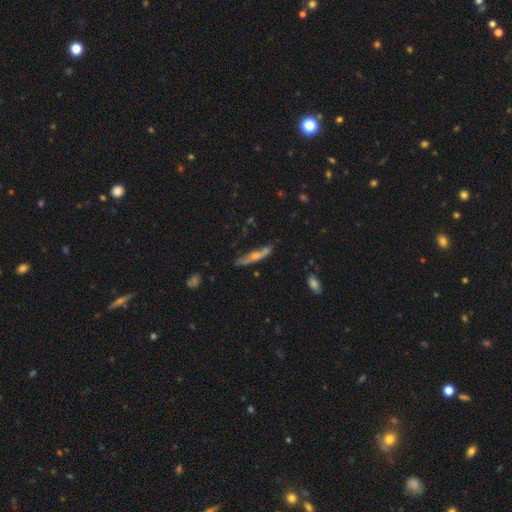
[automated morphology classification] Smooth or featured: featured or disk — 62% (smooth — 30%)
Edge-on disk: yes — 83% (no — 17%)
Edge-on bulge: rounded — 85% (none — 11%)
Merging: none — 69% (minor disturbance — 21%)